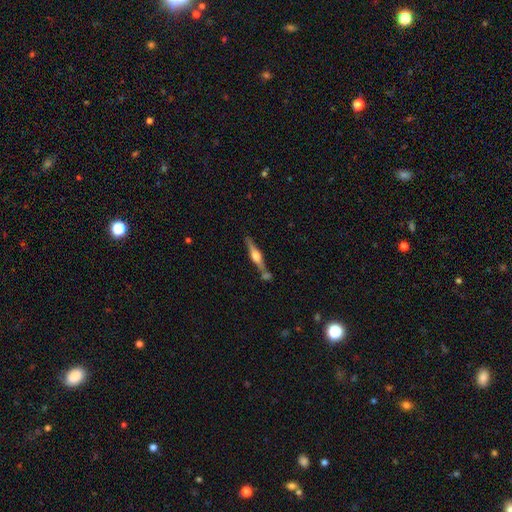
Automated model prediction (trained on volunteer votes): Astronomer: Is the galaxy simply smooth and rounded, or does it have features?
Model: featured or disk — 74%.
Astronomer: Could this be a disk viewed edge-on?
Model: yes — 97%.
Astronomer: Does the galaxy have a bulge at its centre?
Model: rounded — 88%.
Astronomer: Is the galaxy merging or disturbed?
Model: none — 72%.